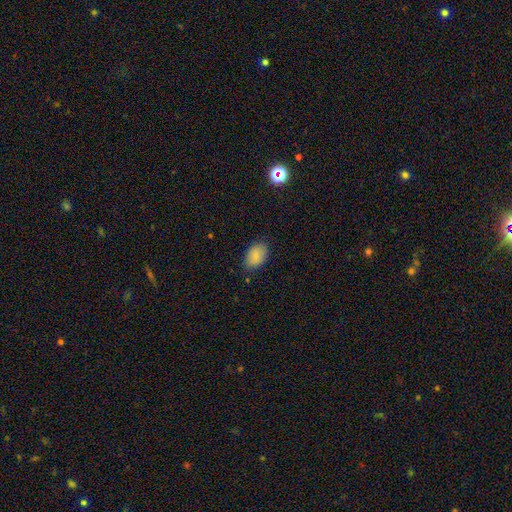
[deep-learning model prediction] Smooth or featured: smooth — 87% (star or artifact — 8%)
How rounded: in between — 88% (round — 10%)
Merging: none — 80% (minor disturbance — 16%)